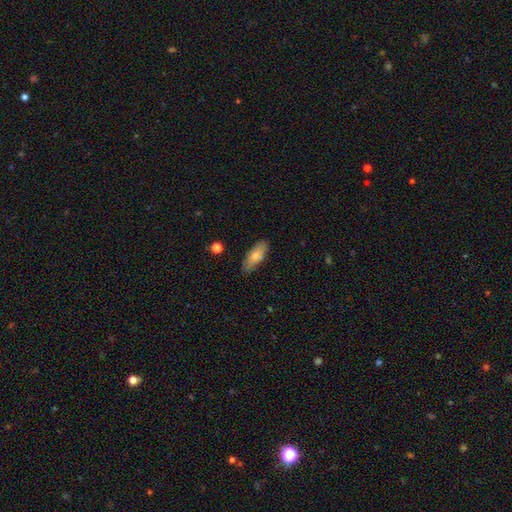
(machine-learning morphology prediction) Q: Smooth or featured?
A: smooth (75%); runner-up: featured or disk (19%)
Q: How rounded?
A: in between (70%); runner-up: cigar-shaped (27%)
Q: Merging?
A: none (80%); runner-up: minor disturbance (15%)